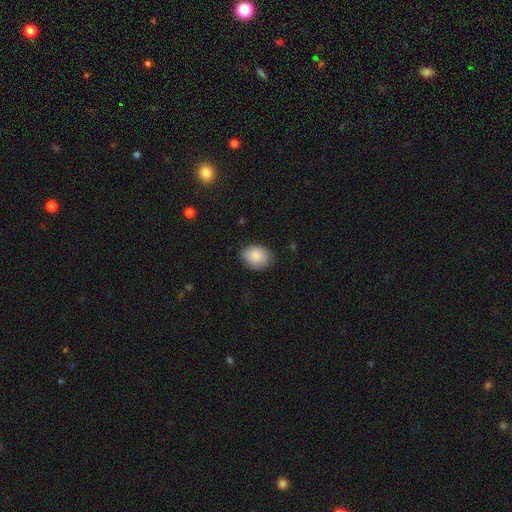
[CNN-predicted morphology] smooth_or_featured: smooth (p=0.87) [alt: star or artifact p=0.07]
how_rounded: in between (p=0.62) [alt: round p=0.37]
merging: none (p=0.80) [alt: minor disturbance p=0.16]